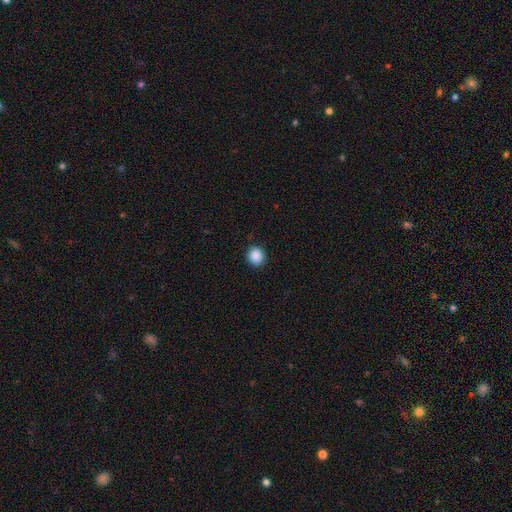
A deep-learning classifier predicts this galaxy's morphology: type=smooth (89%); roundness=round (84%); merging=none (90%).